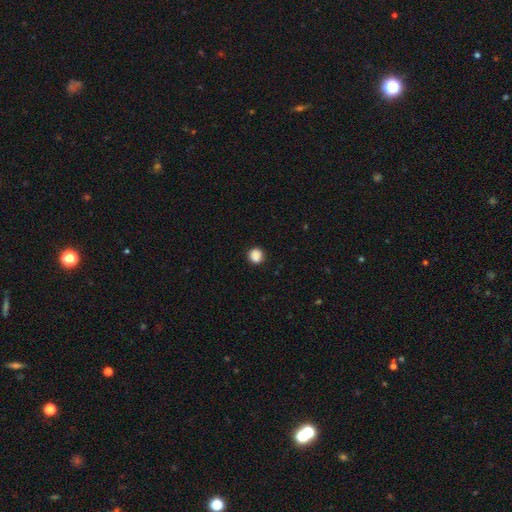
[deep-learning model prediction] A smooth galaxy with no disk features (88%) that is round (91%).

Vote fractions:
- Smooth or featured? smooth: 88% / star or artifact: 10% / featured or disk: 3%
- How rounded? round: 91% / in between: 8% / cigar-shaped: 1%
- Merging? none: 89% / minor disturbance: 8% / major disturbance: 2% / merger: 1%